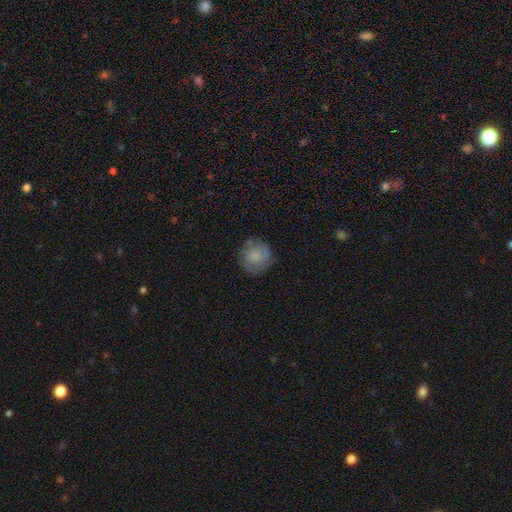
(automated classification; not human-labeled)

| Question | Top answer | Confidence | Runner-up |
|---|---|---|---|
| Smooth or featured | smooth | 77% | featured or disk (14%) |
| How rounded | round | 91% | in between (8%) |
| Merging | none | 74% | minor disturbance (18%) |